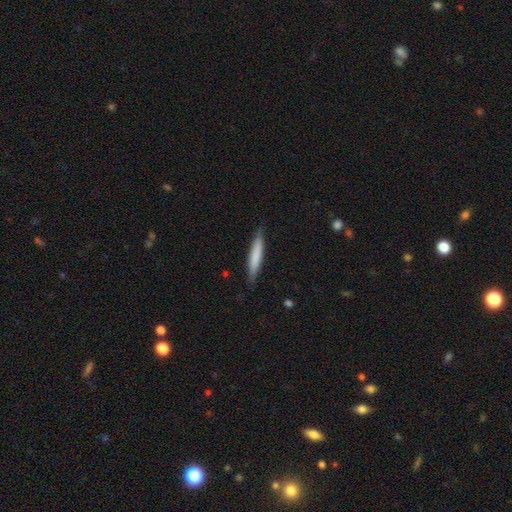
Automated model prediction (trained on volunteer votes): A smooth galaxy with no disk features (71%) that is cigar-shaped (93%).

Vote fractions:
- Smooth or featured? smooth: 71% / featured or disk: 23% / star or artifact: 5%
- How rounded? cigar-shaped: 93% / in between: 6% / round: 1%
- Merging? none: 86% / minor disturbance: 11% / major disturbance: 2% / merger: 1%